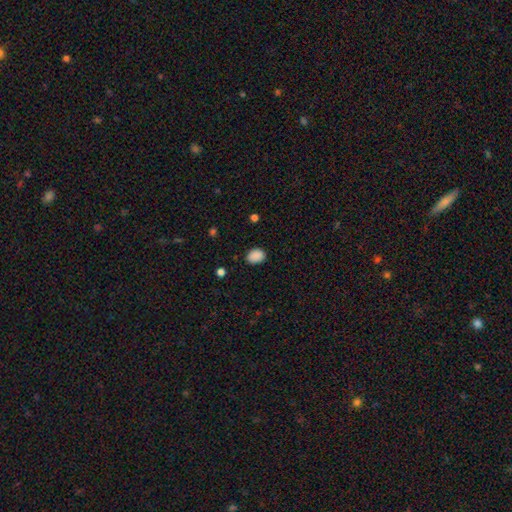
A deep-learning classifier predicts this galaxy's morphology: smooth_or_featured: smooth (p=0.88) [alt: star or artifact p=0.09]
how_rounded: in between (p=0.68) [alt: round p=0.31]
merging: none (p=0.83) [alt: minor disturbance p=0.13]